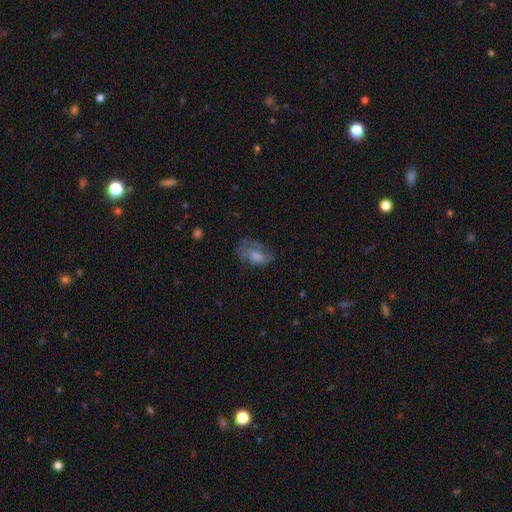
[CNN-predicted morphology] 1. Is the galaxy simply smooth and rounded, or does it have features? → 44% smooth, 41% featured or disk, 15% star or artifact.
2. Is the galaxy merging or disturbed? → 49% none, 25% major disturbance, 25% minor disturbance, 2% merger.